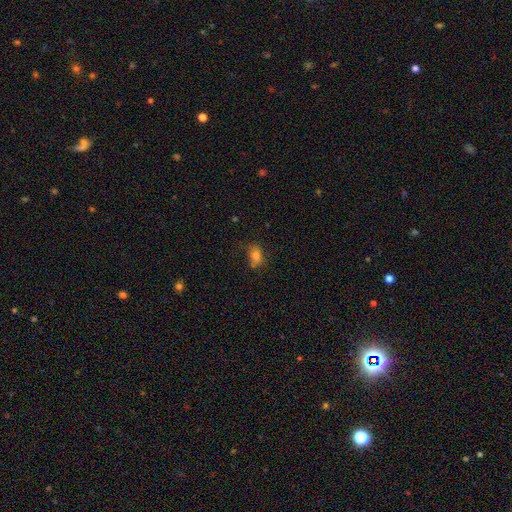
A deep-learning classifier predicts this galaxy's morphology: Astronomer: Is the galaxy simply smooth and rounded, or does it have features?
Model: smooth — 80%.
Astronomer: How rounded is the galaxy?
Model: in between — 78%.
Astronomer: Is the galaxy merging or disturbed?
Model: none — 70%.